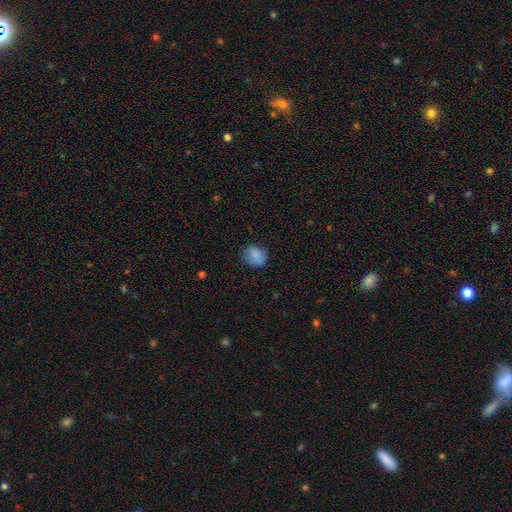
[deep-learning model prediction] Smooth or featured? smooth (85%)
How rounded? round (52%)
Merging? none (75%)